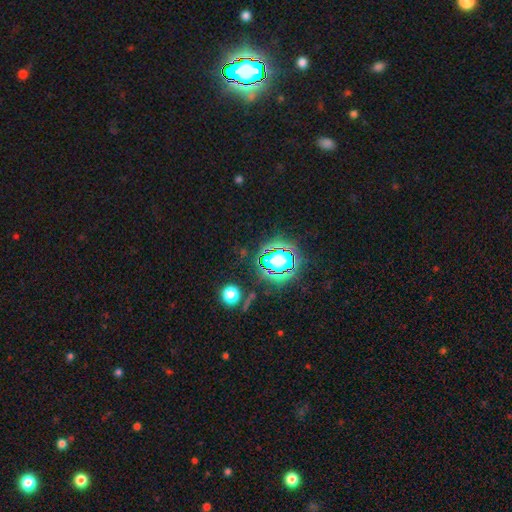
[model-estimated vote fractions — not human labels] Q: Smooth or featured?
A: star or artifact (82%); runner-up: smooth (11%)